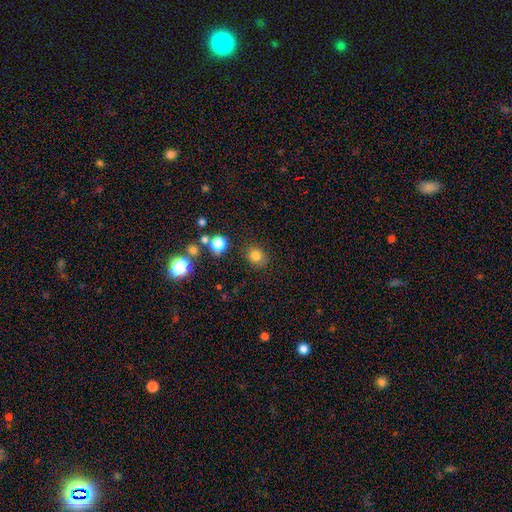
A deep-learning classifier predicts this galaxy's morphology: A smooth galaxy with no disk features (79%) that is round (66%).

Vote fractions:
- Smooth or featured? smooth: 79% / star or artifact: 15% / featured or disk: 6%
- How rounded? round: 66% / in between: 33% / cigar-shaped: 1%
- Merging? none: 83% / minor disturbance: 11% / major disturbance: 3% / merger: 3%